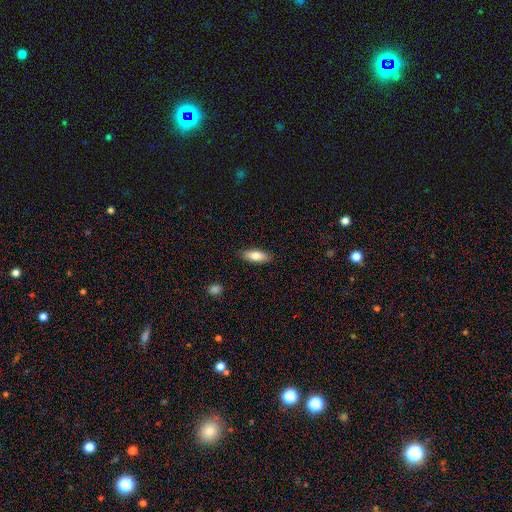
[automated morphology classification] Smooth or featured: smooth — 81% (featured or disk — 12%)
How rounded: in between — 72% (cigar-shaped — 26%)
Merging: none — 88% (minor disturbance — 9%)